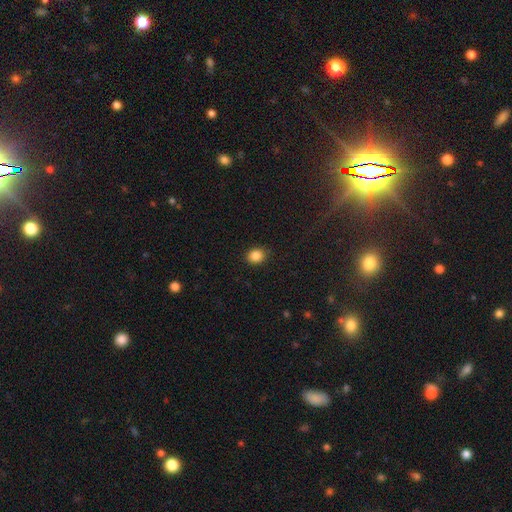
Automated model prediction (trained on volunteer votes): smooth-or-featured: smooth: 86% | star or artifact: 10% | featured or disk: 4%
  how-rounded: round: 68% | in between: 32% | cigar-shaped: 1%
  merging: none: 89% | minor disturbance: 8% | major disturbance: 2% | merger: 1%